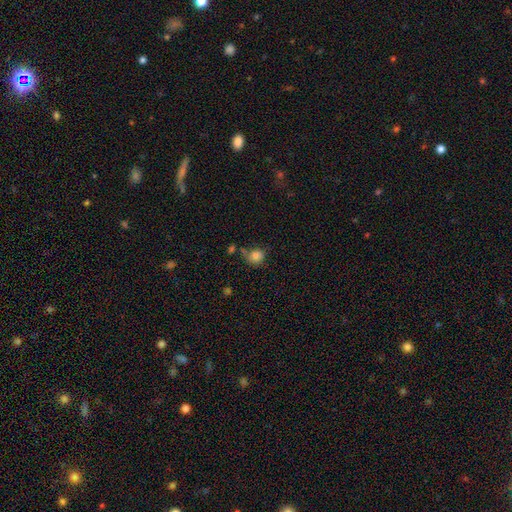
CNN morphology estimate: Overall: smooth (83%). How rounded: round (75%). Merging: none (54%; minor disturbance 23%).